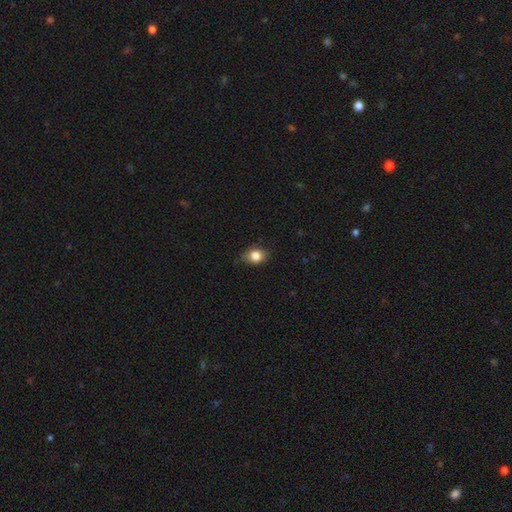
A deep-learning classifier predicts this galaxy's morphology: Overall: smooth (83%). How rounded: in between (52%; round 47%). Merging: none (75%).